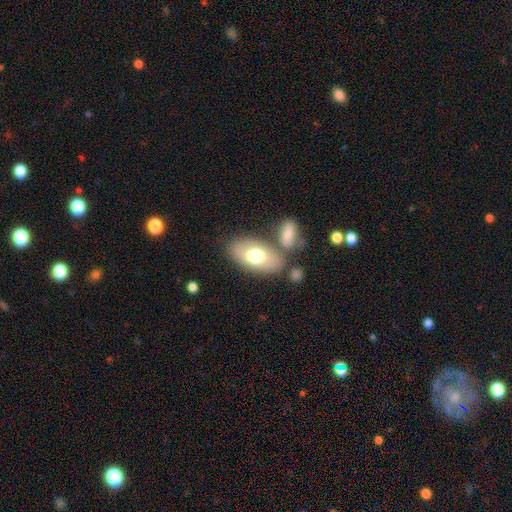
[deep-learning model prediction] smooth 70%, featured or disk 23%, star or artifact 7%. Down the decision tree: how rounded — in between (92%); merging — none (65%).